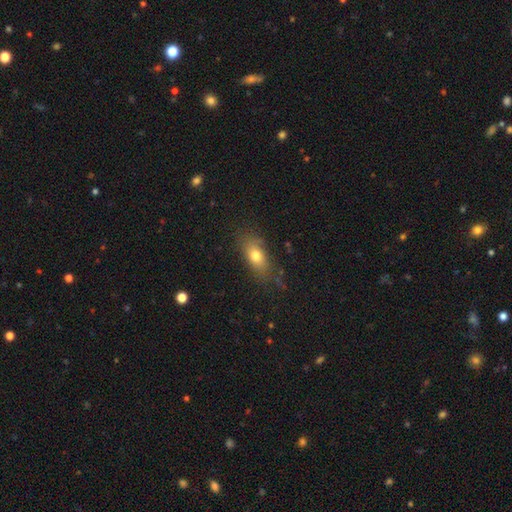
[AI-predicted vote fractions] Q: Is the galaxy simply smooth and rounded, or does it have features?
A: smooth — 75%.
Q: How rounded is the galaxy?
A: in between — 82%.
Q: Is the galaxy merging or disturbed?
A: none — 70%.